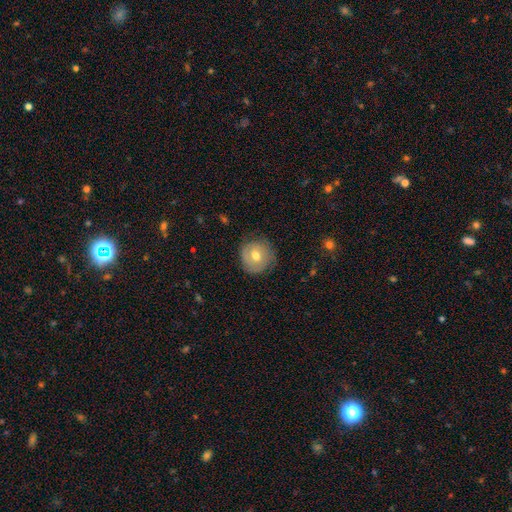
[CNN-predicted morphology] A smooth galaxy with no disk features (56%) that is round (91%).

Vote fractions:
- Smooth or featured? smooth: 56% / featured or disk: 36% / star or artifact: 8%
- How rounded? round: 91% / in between: 8% / cigar-shaped: 1%
- Merging? none: 76% / minor disturbance: 18% / major disturbance: 5% / merger: 1%